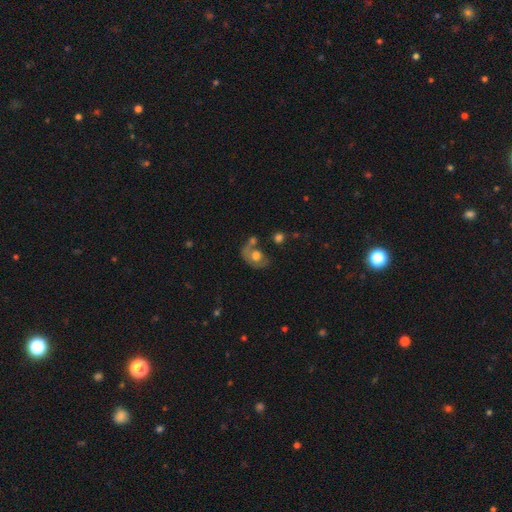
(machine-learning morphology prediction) A smooth galaxy with no disk features (51%) that is in between round and cigar-shaped (63%).

Vote fractions:
- Smooth or featured? smooth: 51% / featured or disk: 40% / star or artifact: 9%
- How rounded? in between: 63% / round: 36% / cigar-shaped: 1%
- Merging? none: 34% / merger: 25% / major disturbance: 21% / minor disturbance: 20%